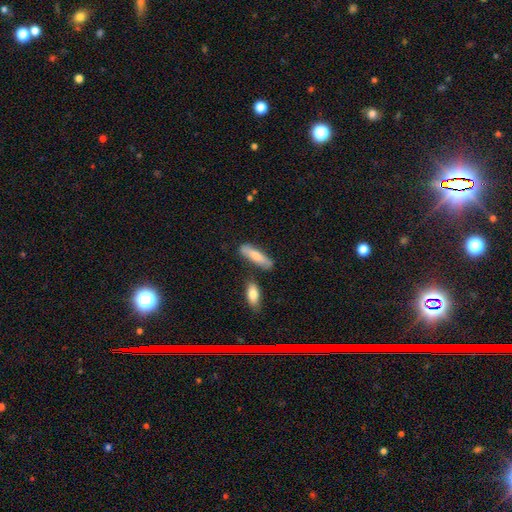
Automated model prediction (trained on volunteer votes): This is likely a smooth galaxy (77%). How rounded: likely cigar-shaped (66%). Merging: likely none (74%).